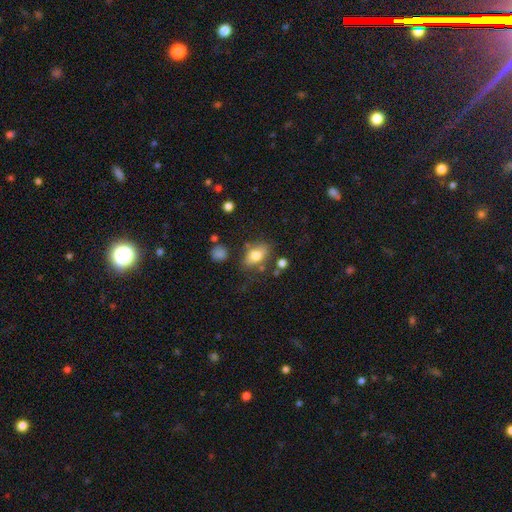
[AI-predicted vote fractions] smooth_or_featured: smooth (p=0.76) [alt: featured or disk p=0.15]
how_rounded: in between (p=0.83) [alt: round p=0.14]
merging: none (p=0.67) [alt: minor disturbance p=0.20]